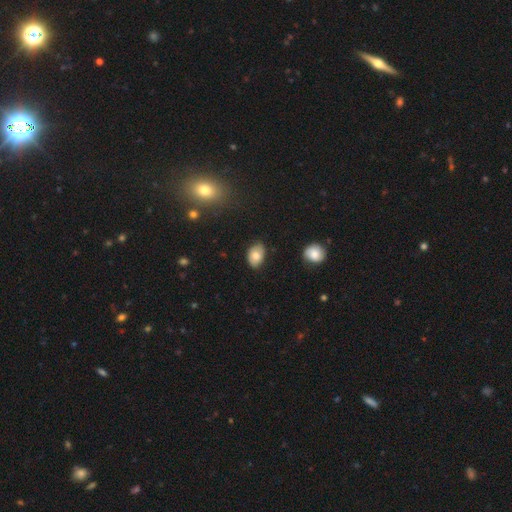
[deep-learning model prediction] smooth_or_featured: smooth (p=0.77) [alt: featured or disk p=0.14]
how_rounded: in between (p=0.86) [alt: round p=0.13]
merging: none (p=0.80) [alt: minor disturbance p=0.16]